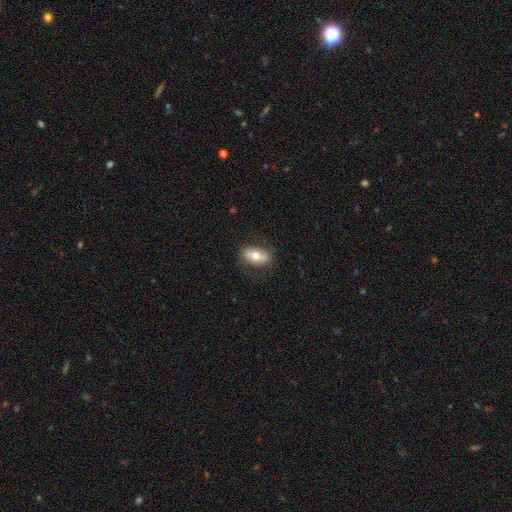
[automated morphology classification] Smooth or featured?
  - smooth: 63% *
  - featured or disk: 30%
  - star or artifact: 7%
How rounded?
  - in between: 87% *
  - round: 8%
  - cigar-shaped: 5%
Merging?
  - none: 79% *
  - minor disturbance: 15%
  - major disturbance: 5%
  - merger: 1%